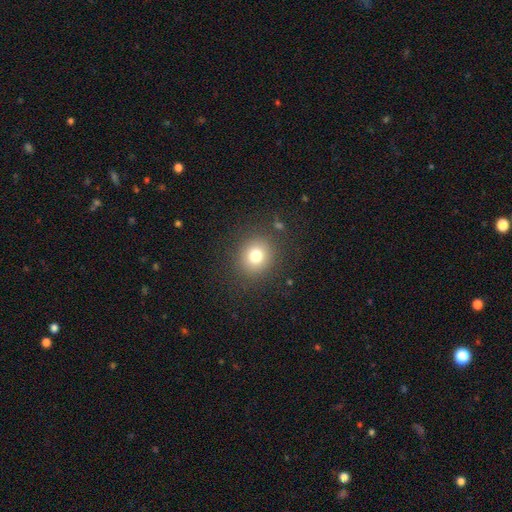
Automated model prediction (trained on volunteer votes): Smooth or featured? Predicted: smooth (p=0.77). How rounded? Predicted: round (p=0.84). Merging? Predicted: none (p=0.87).